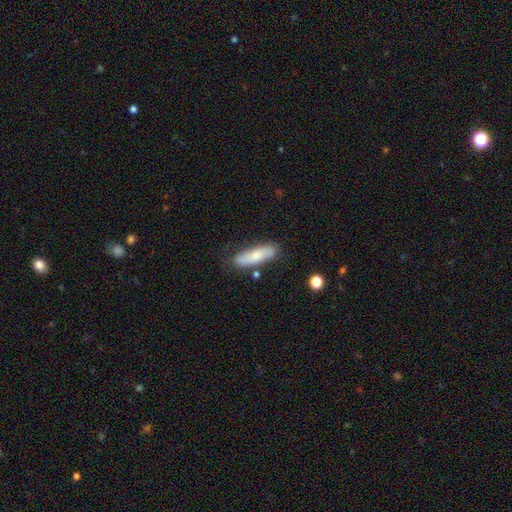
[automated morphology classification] The model was most divided on "how rounded": cigar-shaped: 57%, in between: 41%, round: 2%. More confident: merging — none (77%); smooth or featured — smooth (66%).